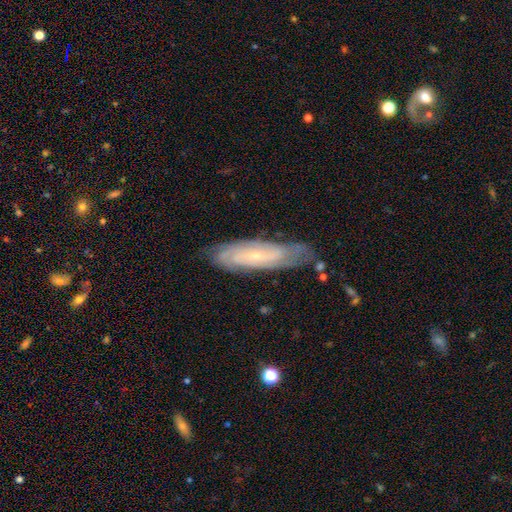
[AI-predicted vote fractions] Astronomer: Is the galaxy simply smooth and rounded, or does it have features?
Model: featured or disk — 70%.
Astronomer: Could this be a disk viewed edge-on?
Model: no — 76%.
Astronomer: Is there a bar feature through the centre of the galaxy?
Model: no — 63%.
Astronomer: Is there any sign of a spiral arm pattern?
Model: yes — 88%.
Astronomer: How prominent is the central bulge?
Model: small — 80%.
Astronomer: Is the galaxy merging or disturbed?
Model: none — 72%.